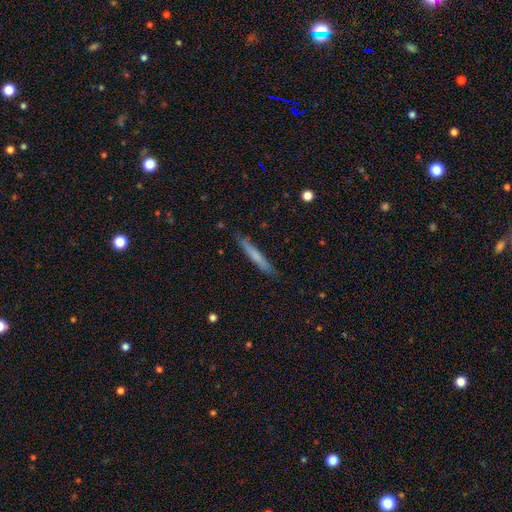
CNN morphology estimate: Smooth or featured?
  - smooth: 63% *
  - featured or disk: 31%
  - star or artifact: 6%
How rounded?
  - cigar-shaped: 96% *
  - in between: 3%
  - round: 1%
Merging?
  - none: 86% *
  - minor disturbance: 11%
  - major disturbance: 2%
  - merger: 1%